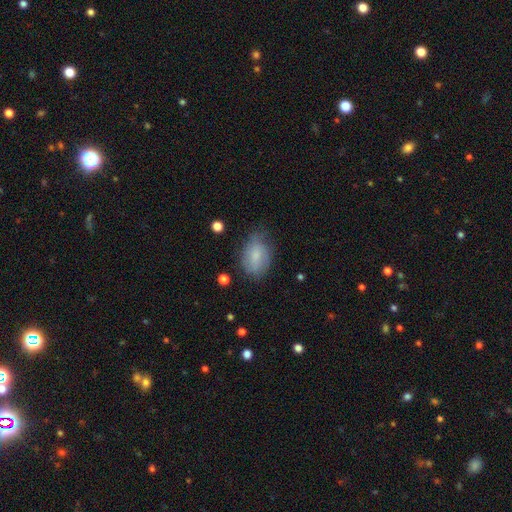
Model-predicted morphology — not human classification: Q: Smooth or featured?
A: smooth (63%); runner-up: featured or disk (29%)
Q: How rounded?
A: in between (83%); runner-up: round (16%)
Q: Merging?
A: none (59%); runner-up: minor disturbance (29%)